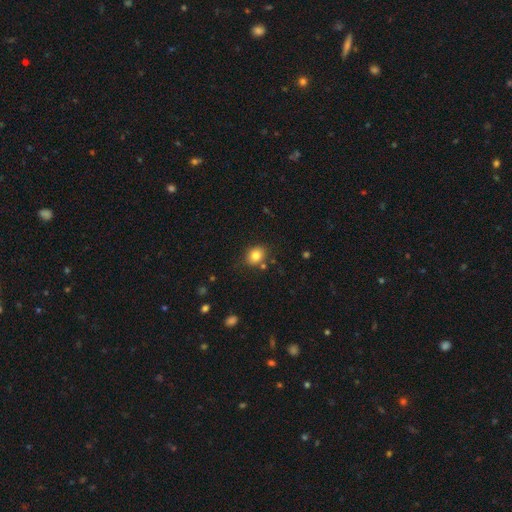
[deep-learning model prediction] Morphology: type=smooth (82%); roundness=round (59%); merging=none (78%).